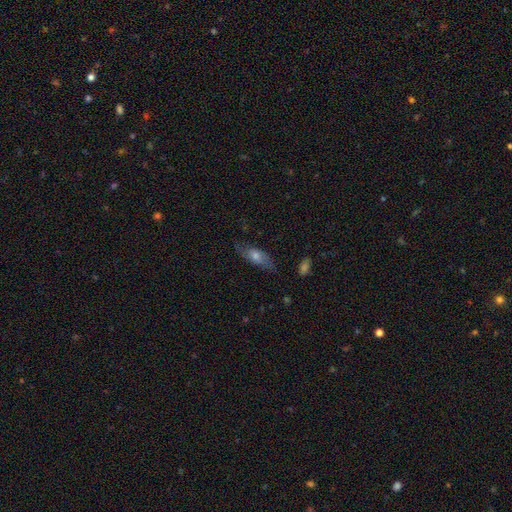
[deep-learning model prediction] This appears to be a featured or disk galaxy (48%). Merging: none (75%).